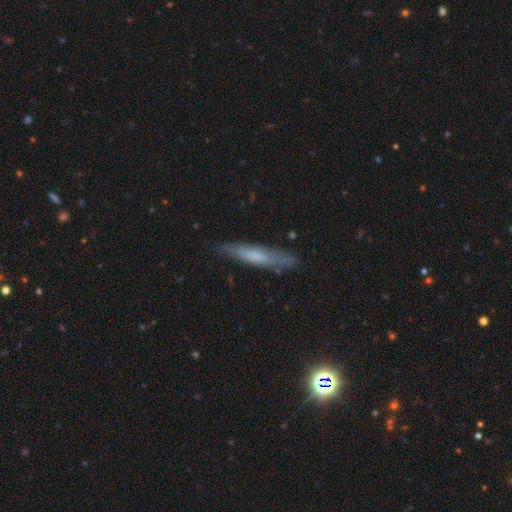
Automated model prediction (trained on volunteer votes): smooth_or_featured: smooth (p=0.56) [alt: featured or disk p=0.38]
how_rounded: cigar-shaped (p=0.90) [alt: in between p=0.08]
merging: none (p=0.81) [alt: minor disturbance p=0.14]